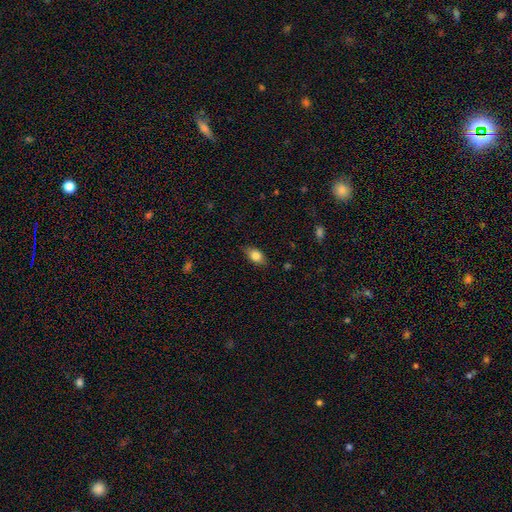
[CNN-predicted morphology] Overall: smooth (81%). How rounded: in between (84%). Merging: none (82%).